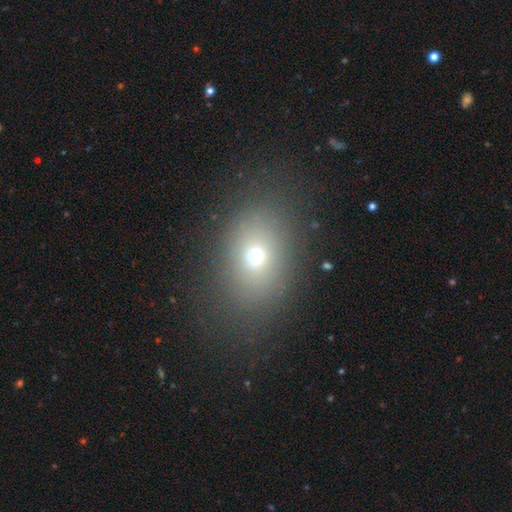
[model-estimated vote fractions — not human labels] The model was most divided on "how rounded": in between: 63%, round: 36%, cigar-shaped: 1%. More confident: merging — none (80%); smooth or featured — smooth (66%).